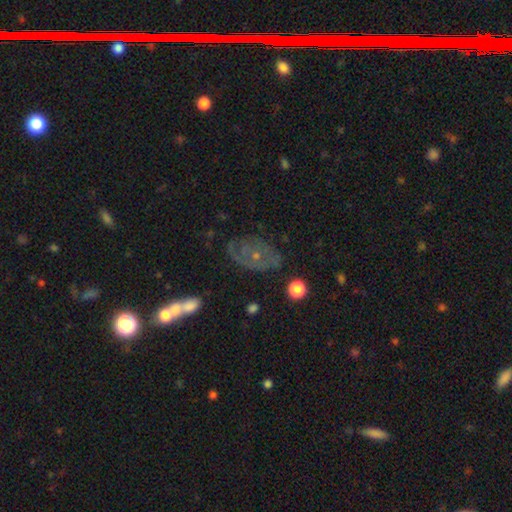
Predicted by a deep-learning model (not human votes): smooth_or_featured: featured or disk (p=0.60) [alt: smooth p=0.25]
disk_edge_on: no (p=0.93) [alt: yes p=0.07]
bar: no (p=0.85) [alt: weak p=0.12]
has_spiral_arms: yes (p=0.61) [alt: no p=0.39]
bulge_size: small (p=0.68) [alt: moderate p=0.26]
merging: none (p=0.62) [alt: minor disturbance p=0.22]